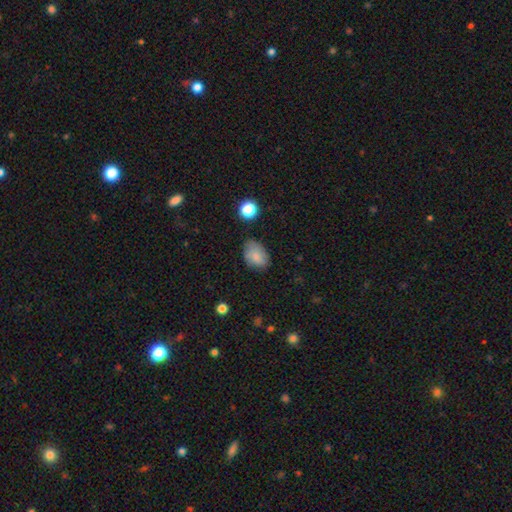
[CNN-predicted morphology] This is clearly a smooth galaxy (81%). How rounded: clearly in between (81%). Merging: likely none (64%).